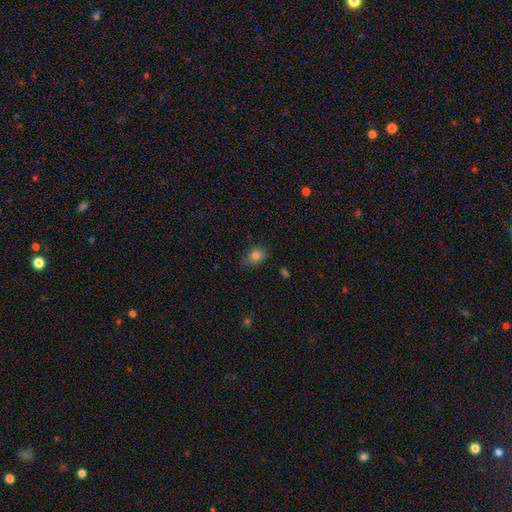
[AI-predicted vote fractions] Smooth or featured? Predicted: smooth (p=0.82). How rounded? Predicted: round (p=0.52). Merging? Predicted: none (p=0.66).